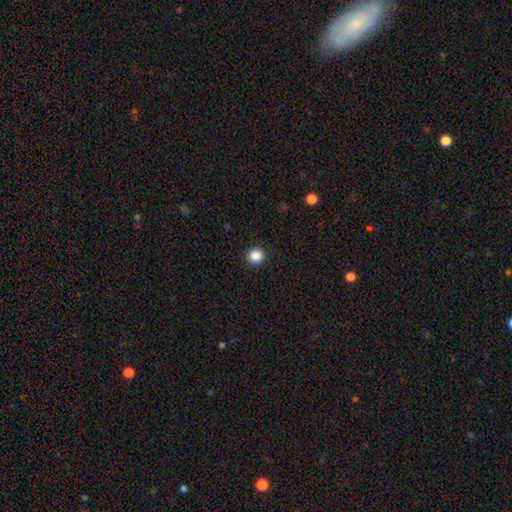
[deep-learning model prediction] The model was most divided on "smooth or featured": smooth: 87%, star or artifact: 10%, featured or disk: 3%. More confident: how rounded — round (95%); merging — none (93%).